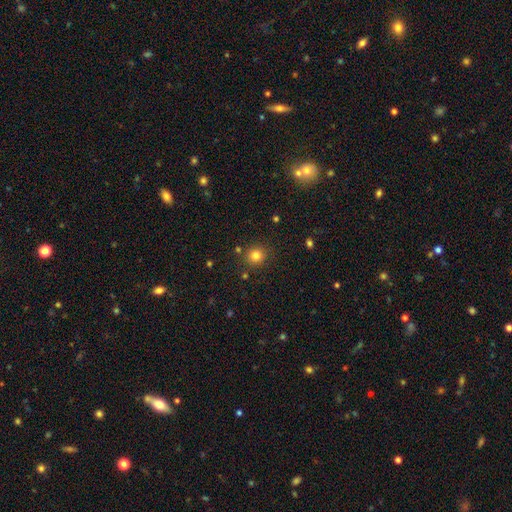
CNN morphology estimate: Smooth or featured: smooth — 81% (star or artifact — 13%)
How rounded: round — 87% (in between — 12%)
Merging: none — 86% (minor disturbance — 8%)